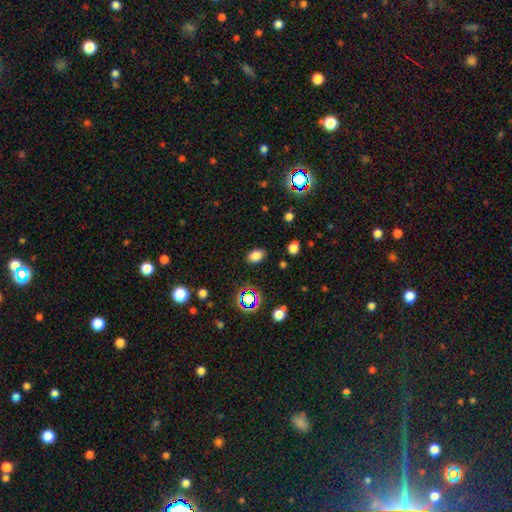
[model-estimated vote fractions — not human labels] The model was most divided on "smooth or featured": smooth: 78%, star or artifact: 16%, featured or disk: 6%. More confident: merging — none (85%); how rounded — in between (81%).